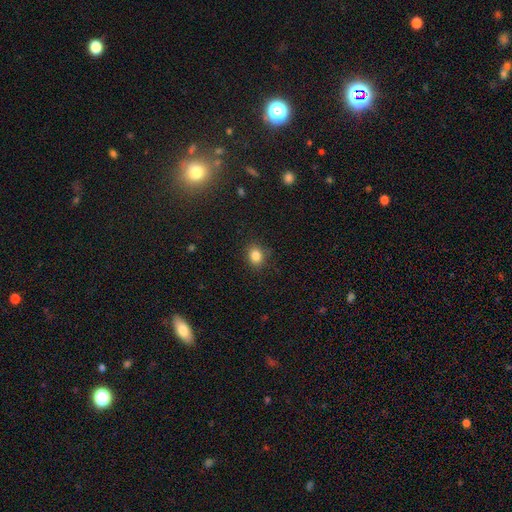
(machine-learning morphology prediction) This is clearly a smooth galaxy (84%). How rounded: possibly round (58%). Merging: clearly none (85%).